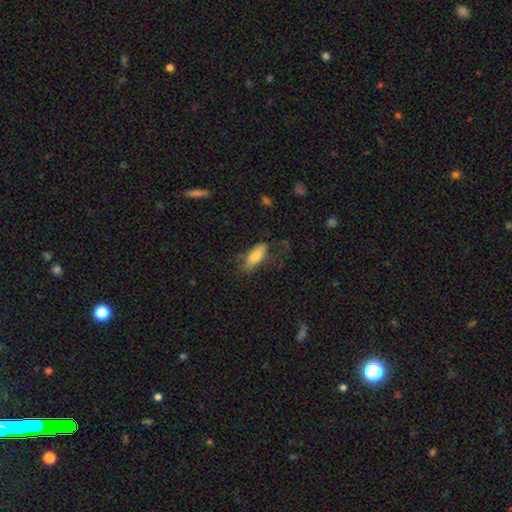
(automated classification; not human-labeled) smooth_or_featured: smooth (p=0.74) [alt: featured or disk p=0.19]
how_rounded: in between (p=0.71) [alt: cigar-shaped p=0.26]
merging: none (p=0.57) [alt: minor disturbance p=0.25]